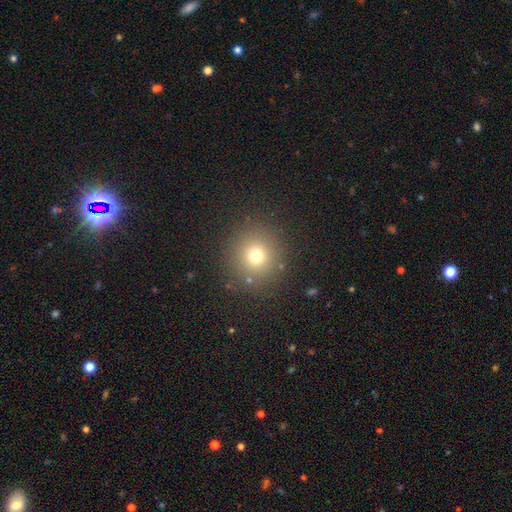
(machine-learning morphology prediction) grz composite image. It shows a smooth galaxy with no disk features (72%) that is round (92%). Merging: none (86%).